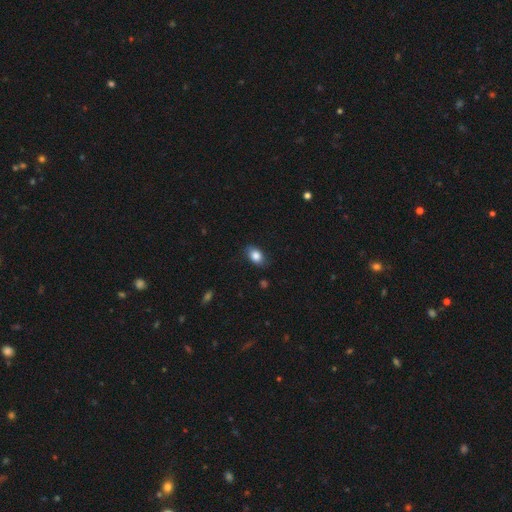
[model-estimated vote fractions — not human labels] Q: Smooth or featured?
A: smooth (84%); runner-up: featured or disk (8%)
Q: How rounded?
A: in between (79%); runner-up: round (19%)
Q: Merging?
A: none (78%); runner-up: minor disturbance (17%)